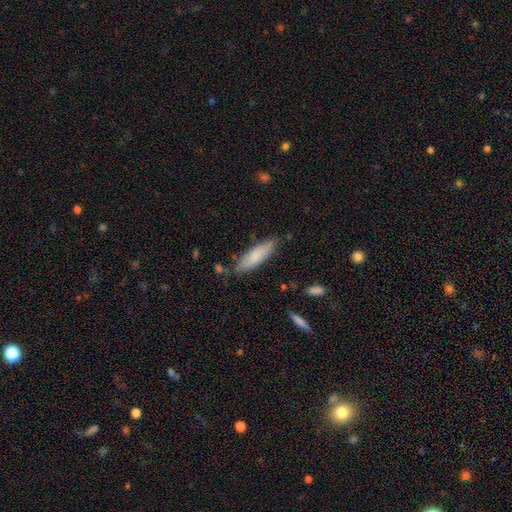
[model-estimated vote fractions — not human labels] The model was most divided on "how rounded": cigar-shaped: 62%, in between: 37%, round: 1%. More confident: smooth or featured — smooth (78%); merging — none (77%).